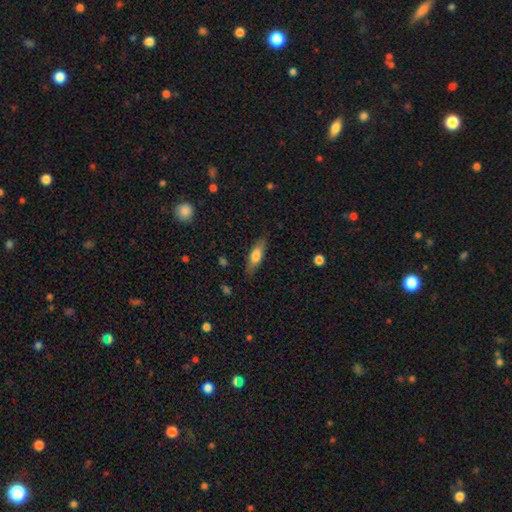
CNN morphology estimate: smooth 71%, featured or disk 23%, star or artifact 6%. Down the decision tree: how rounded — in between (56%); merging — none (83%).